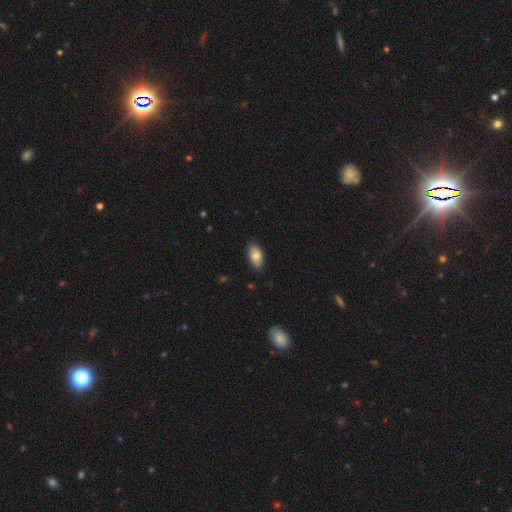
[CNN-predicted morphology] Q: Smooth or featured?
A: smooth (79%); runner-up: featured or disk (14%)
Q: How rounded?
A: in between (93%); runner-up: round (5%)
Q: Merging?
A: none (84%); runner-up: minor disturbance (13%)